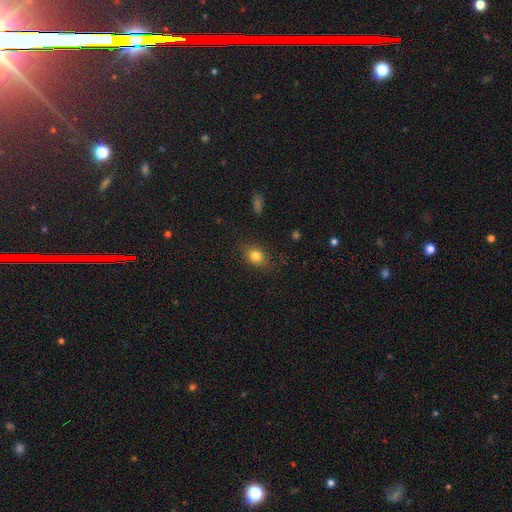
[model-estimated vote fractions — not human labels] A smooth galaxy with no disk features (80%) that is in between round and cigar-shaped (55%).

Vote fractions:
- Smooth or featured? smooth: 80% / star or artifact: 11% / featured or disk: 9%
- How rounded? in between: 55% / round: 43% / cigar-shaped: 2%
- Merging? none: 81% / minor disturbance: 14% / major disturbance: 4% / merger: 1%